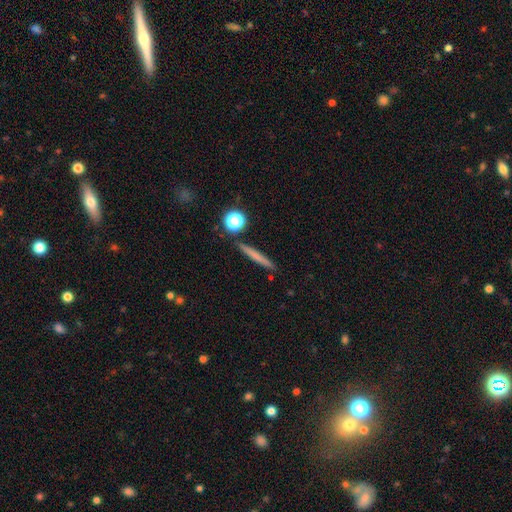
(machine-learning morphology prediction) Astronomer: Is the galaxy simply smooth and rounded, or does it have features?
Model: smooth — 64%.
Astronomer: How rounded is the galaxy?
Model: cigar-shaped — 94%.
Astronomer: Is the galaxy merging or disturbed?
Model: none — 89%.